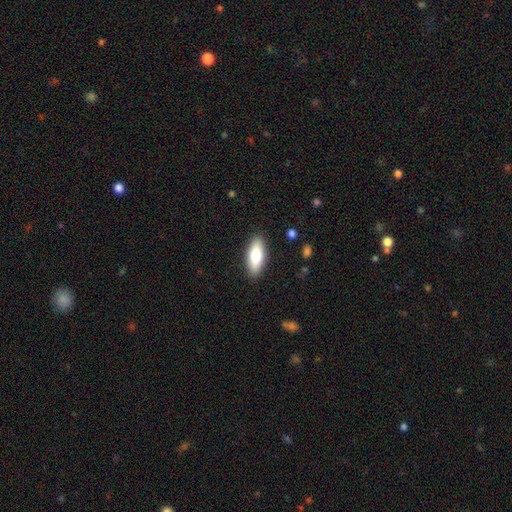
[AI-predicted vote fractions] Overall: smooth (75%). How rounded: in between (72%). Merging: none (88%).